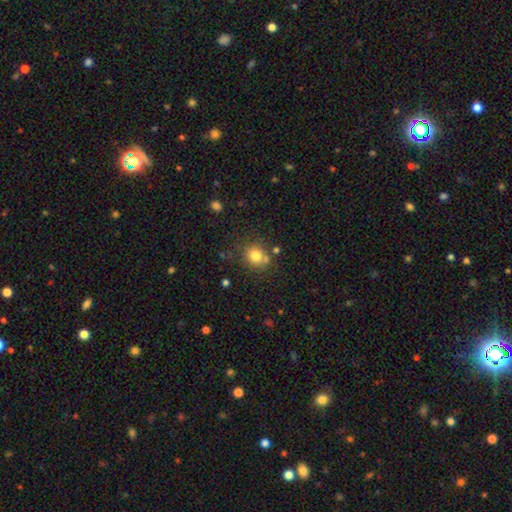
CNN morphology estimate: Overall: smooth (78%). How rounded: round (80%). Merging: none (70%).